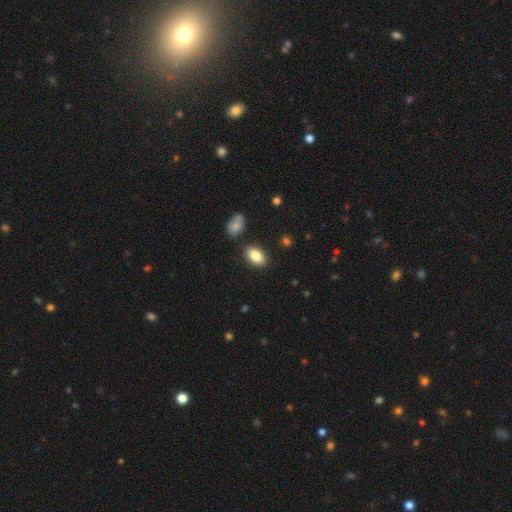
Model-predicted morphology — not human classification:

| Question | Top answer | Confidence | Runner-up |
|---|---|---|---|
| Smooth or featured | smooth | 85% | star or artifact (8%) |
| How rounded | in between | 90% | round (8%) |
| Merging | none | 85% | minor disturbance (9%) |